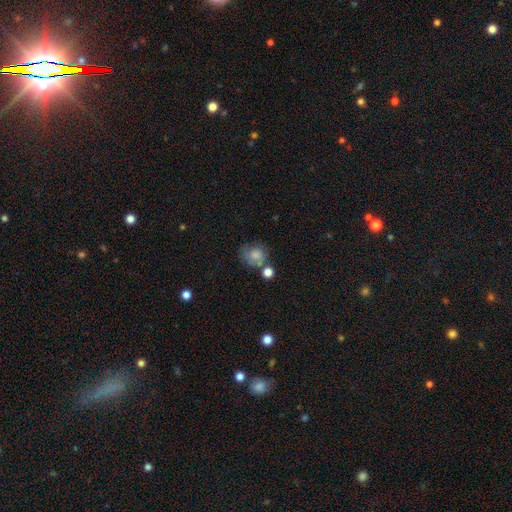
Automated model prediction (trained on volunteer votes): This is likely a smooth galaxy (75%). How rounded: likely round (69%). Merging: possibly none (46%).